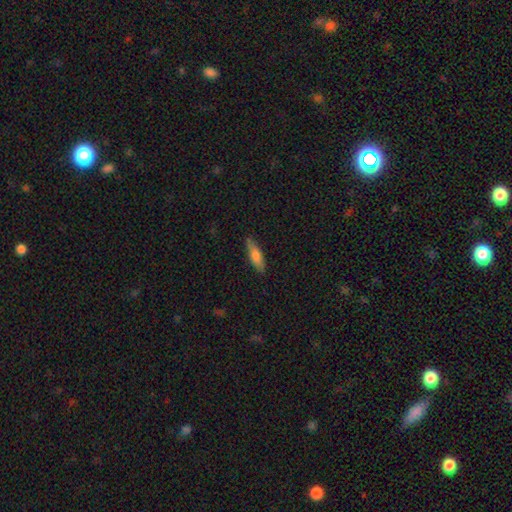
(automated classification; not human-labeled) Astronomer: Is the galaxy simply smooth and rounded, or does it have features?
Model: smooth — 71%.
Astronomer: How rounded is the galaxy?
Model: cigar-shaped — 59% (runner-up: in between, 39%).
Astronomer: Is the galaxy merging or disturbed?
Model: none — 86%.